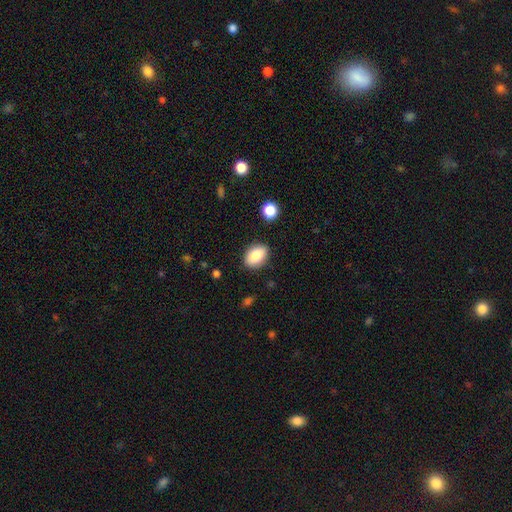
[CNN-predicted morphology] Overall: smooth (85%). How rounded: in between (84%). Merging: none (85%).